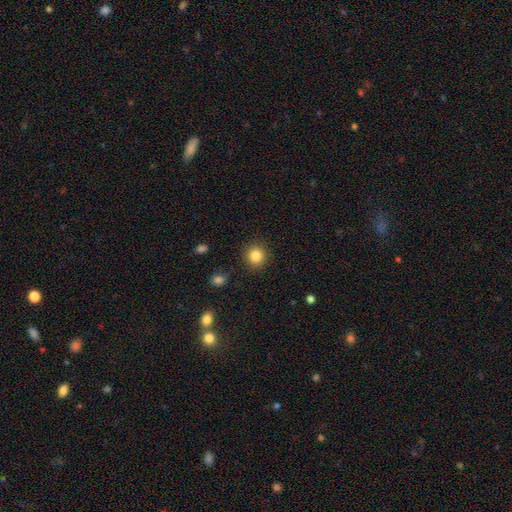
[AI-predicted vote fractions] This is clearly a smooth galaxy (85%). How rounded: clearly round (91%). Merging: clearly none (90%).